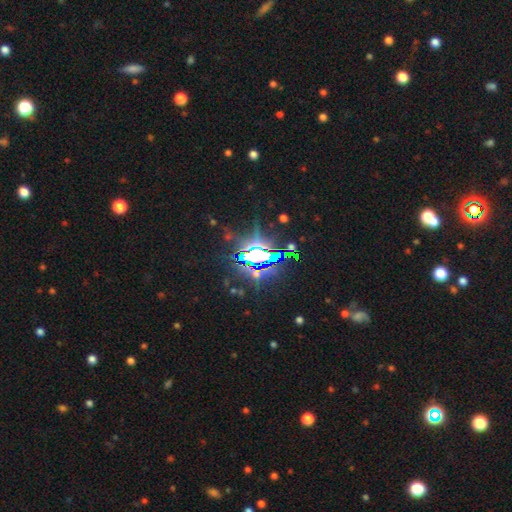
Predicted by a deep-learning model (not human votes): Smooth or featured?
  - star or artifact: 81% *
  - featured or disk: 11%
  - smooth: 9%